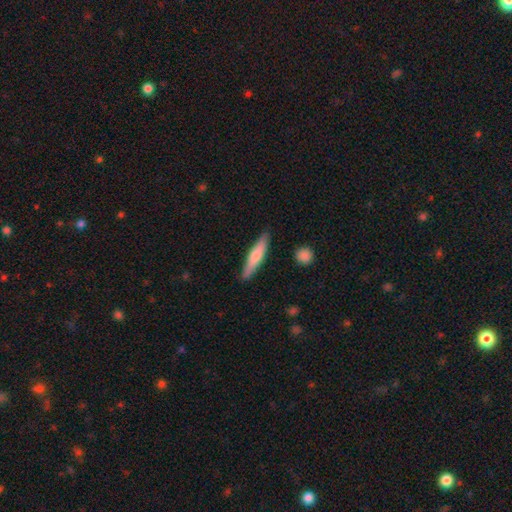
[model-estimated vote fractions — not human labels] smooth 62%, featured or disk 32%, star or artifact 5%. Down the decision tree: how rounded — cigar-shaped (87%); merging — none (87%).